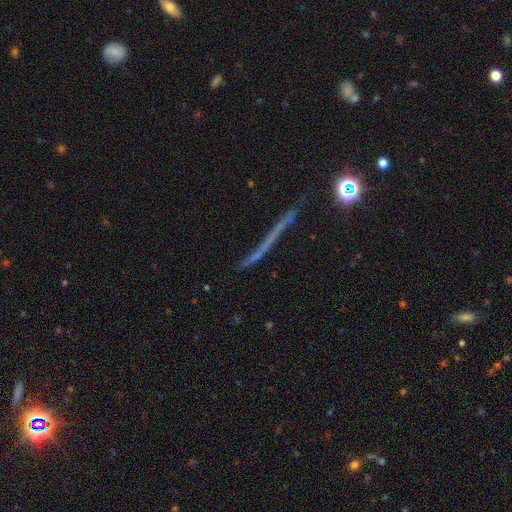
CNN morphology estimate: Smooth or featured? featured or disk (40%)
Merging? none (72%)